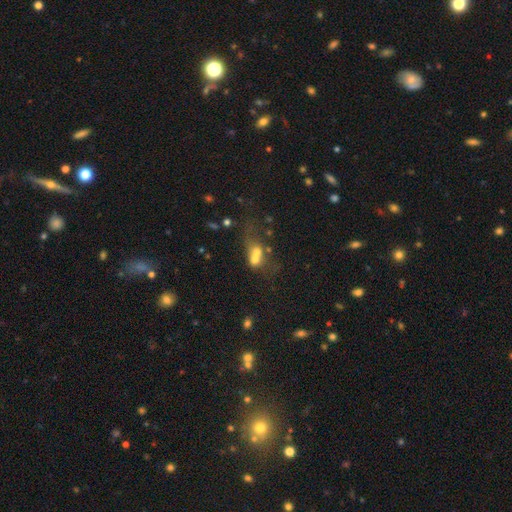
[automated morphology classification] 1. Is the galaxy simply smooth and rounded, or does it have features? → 58% smooth, 28% featured or disk, 15% star or artifact.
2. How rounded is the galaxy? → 52% in between, 44% round, 4% cigar-shaped.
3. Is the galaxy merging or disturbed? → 68% merger, 15% none, 10% major disturbance, 7% minor disturbance.